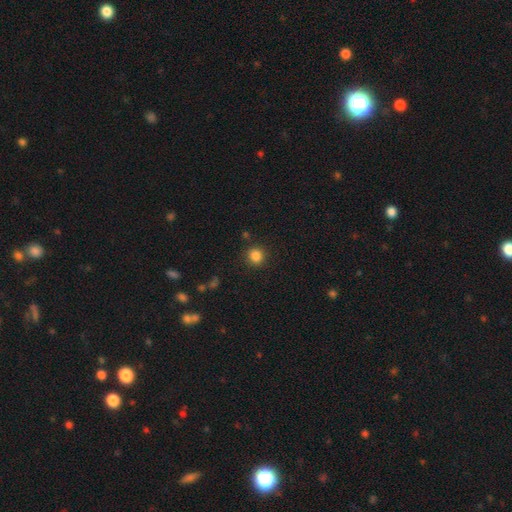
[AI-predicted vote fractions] Morphology: type=smooth (84%); roundness=round (92%); merging=none (89%).